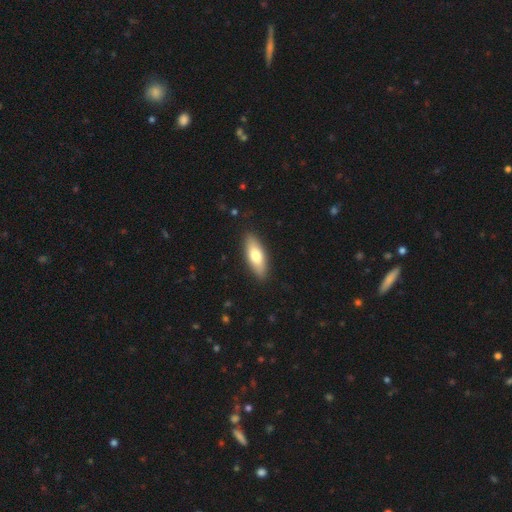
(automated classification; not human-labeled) Smooth or featured?
  - smooth: 71% *
  - featured or disk: 23%
  - star or artifact: 5%
How rounded?
  - in between: 66% *
  - cigar-shaped: 32%
  - round: 2%
Merging?
  - none: 88% *
  - minor disturbance: 9%
  - major disturbance: 2%
  - merger: 1%